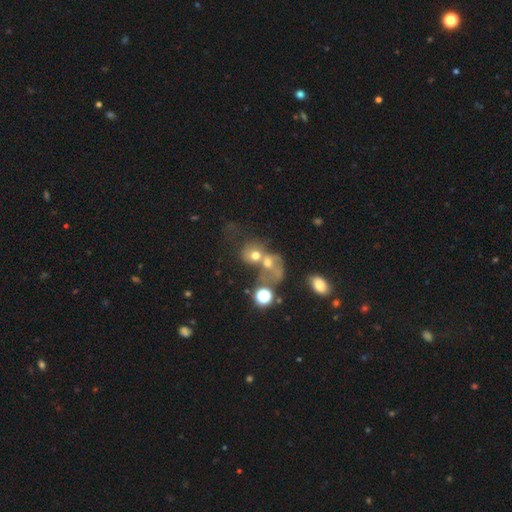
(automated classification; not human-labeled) The model was most divided on "smooth or featured": smooth: 53%, featured or disk: 29%, star or artifact: 18%. More confident: how rounded — round (62%); merging — merger (61%).